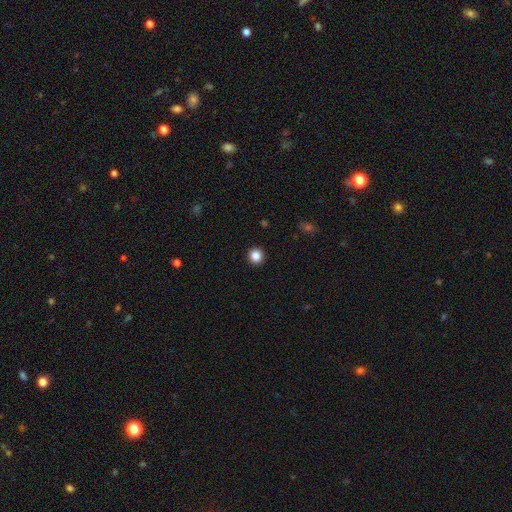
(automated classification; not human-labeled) Smooth or featured? Predicted: smooth (p=0.86). How rounded? Predicted: round (p=0.91). Merging? Predicted: none (p=0.93).